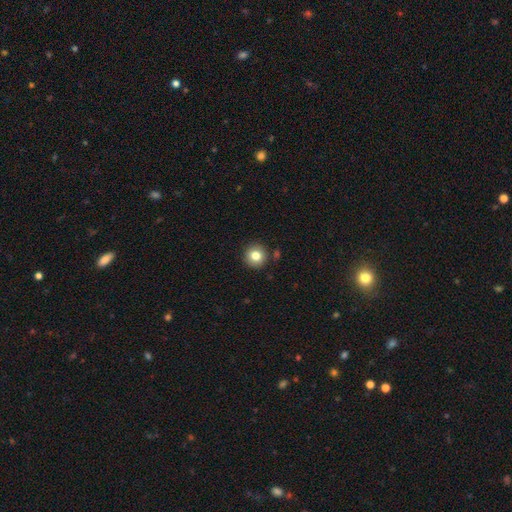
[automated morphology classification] Smooth or featured? smooth (81%)
How rounded? round (94%)
Merging? none (89%)